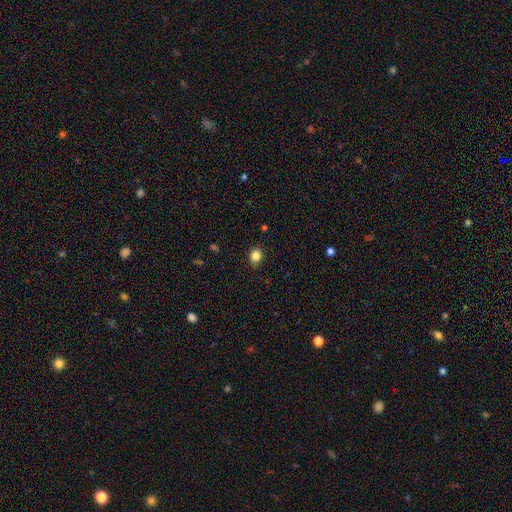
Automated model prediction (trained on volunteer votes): Smooth or featured? smooth (85%)
How rounded? round (59%)
Merging? none (87%)